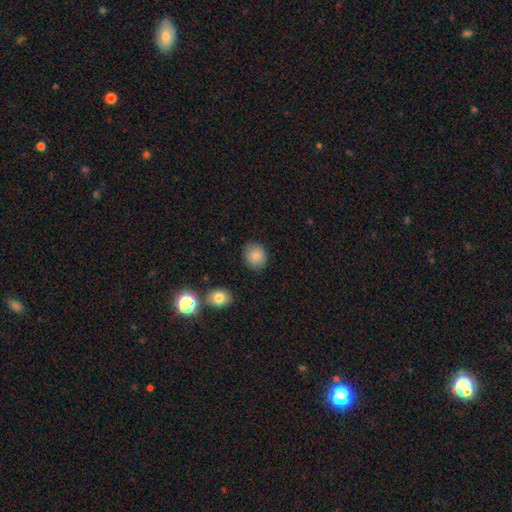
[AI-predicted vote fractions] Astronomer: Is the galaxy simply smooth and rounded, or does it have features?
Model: smooth — 85%.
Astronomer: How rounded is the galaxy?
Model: round — 68%.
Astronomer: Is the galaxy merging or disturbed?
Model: none — 86%.